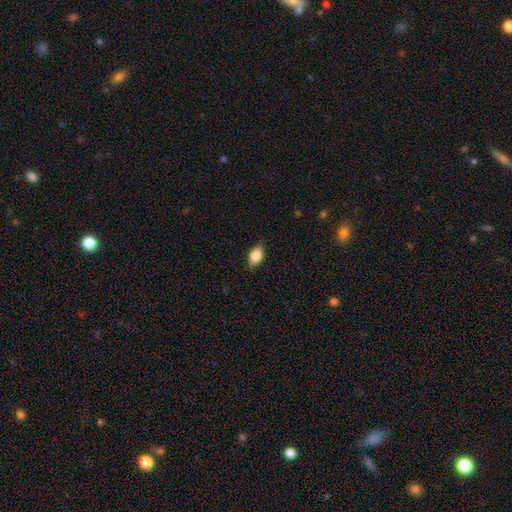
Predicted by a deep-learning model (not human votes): Smooth or featured? smooth (77%)
How rounded? in between (86%)
Merging? none (81%)